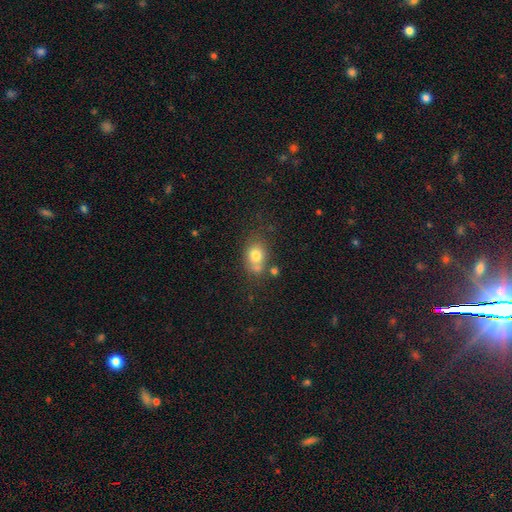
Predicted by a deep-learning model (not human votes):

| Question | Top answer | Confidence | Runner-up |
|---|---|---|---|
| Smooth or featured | smooth | 77% | featured or disk (13%) |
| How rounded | in between | 51% | round (48%) |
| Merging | none | 51% | merger (23%) |